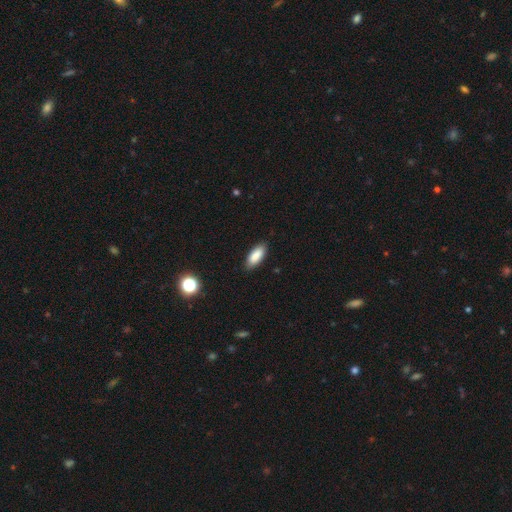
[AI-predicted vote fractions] Smooth or featured? Predicted: smooth (p=0.87). How rounded? Predicted: in between (p=0.81). Merging? Predicted: none (p=0.87).